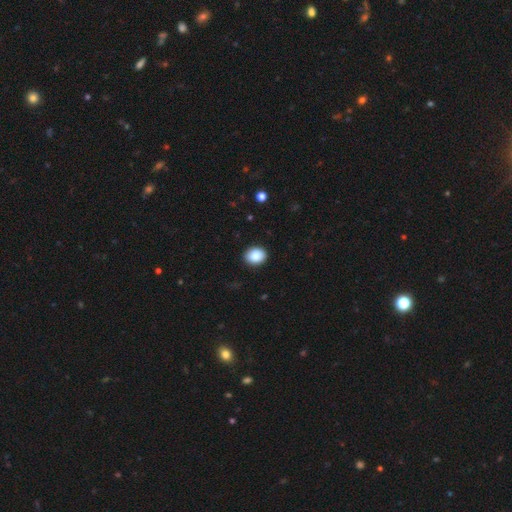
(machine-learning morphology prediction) Smooth or featured? Predicted: smooth (p=0.89). How rounded? Predicted: round (p=0.54). Merging? Predicted: none (p=0.90).